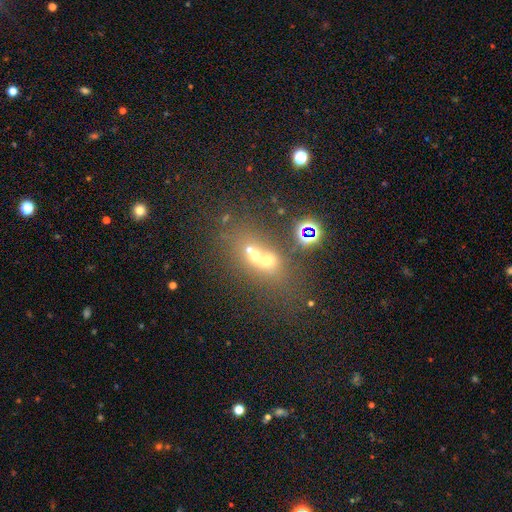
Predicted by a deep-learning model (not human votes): A smooth galaxy with no disk features (44%). Merging: merger (57%).